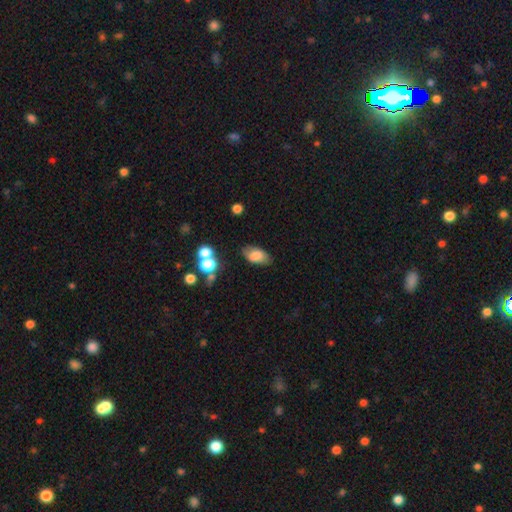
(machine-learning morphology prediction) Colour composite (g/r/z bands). It shows a smooth galaxy with no disk features (77%) that is in between round and cigar-shaped (92%). Merging: none (74%).